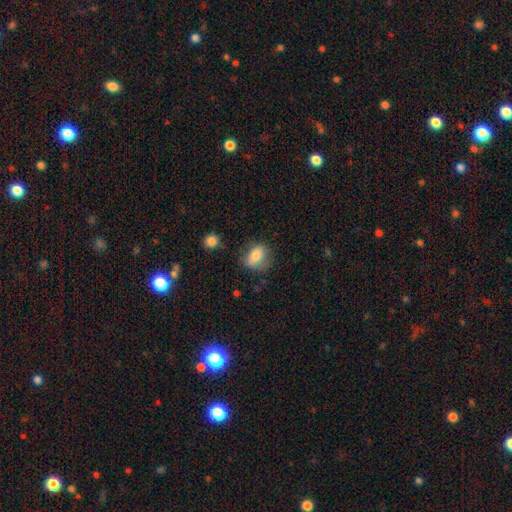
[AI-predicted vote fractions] Smooth or featured? Predicted: smooth (p=0.75). How rounded? Predicted: in between (p=0.68). Merging? Predicted: none (p=0.69).